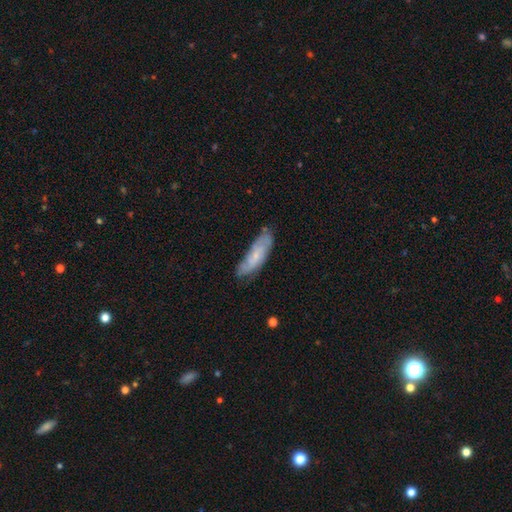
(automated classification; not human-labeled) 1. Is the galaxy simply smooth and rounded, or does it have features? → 55% featured or disk, 38% smooth, 7% star or artifact.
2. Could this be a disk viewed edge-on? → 81% no, 19% yes.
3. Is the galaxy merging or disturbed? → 70% none, 23% minor disturbance, 5% major disturbance, 2% merger.